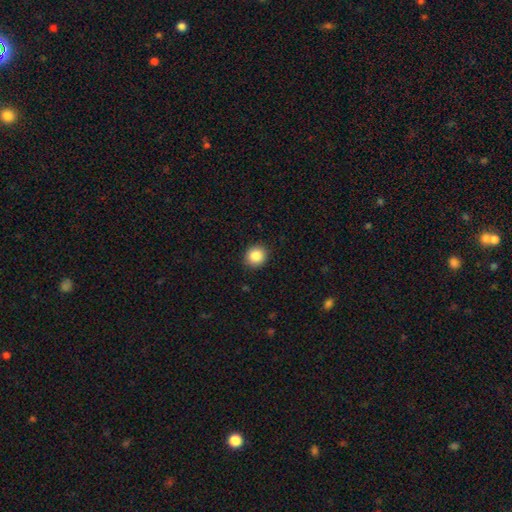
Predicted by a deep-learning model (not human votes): Morphology: type=smooth (87%); roundness=round (89%); merging=none (91%).